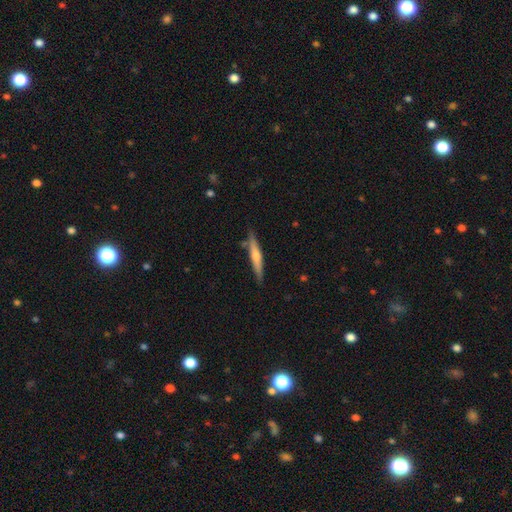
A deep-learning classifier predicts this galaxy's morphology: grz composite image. It shows a featured or disk galaxy (53%) viewed edge-on (96%) with a rounded central bulge (74%). Merging: none (84%).